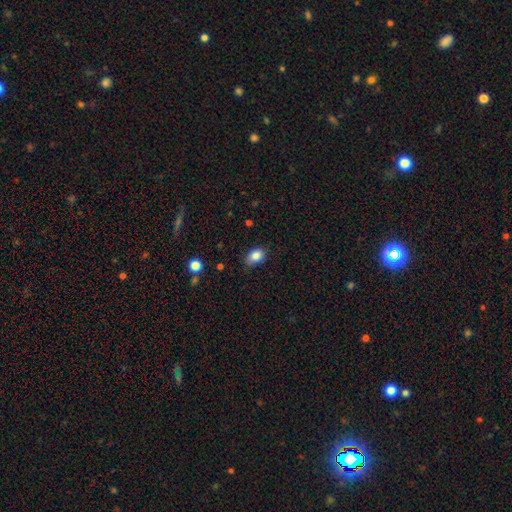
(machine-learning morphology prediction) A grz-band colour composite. It shows a smooth galaxy with no disk features (85%) that is in between round and cigar-shaped (78%). Merging: none (73%).